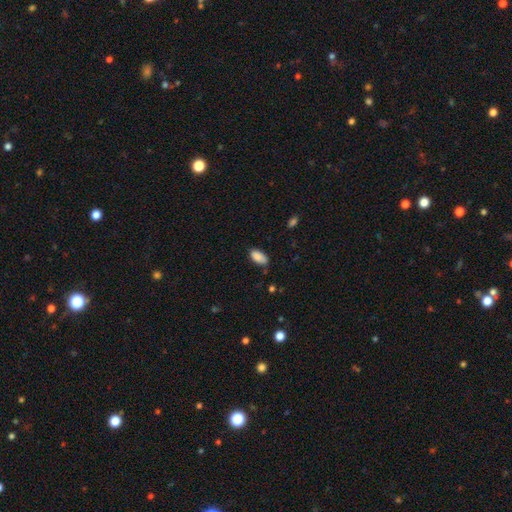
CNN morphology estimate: smooth-or-featured: smooth: 89% | star or artifact: 7% | featured or disk: 4%
  how-rounded: in between: 93% | cigar-shaped: 5% | round: 2%
  merging: none: 73% | minor disturbance: 21% | major disturbance: 4% | merger: 2%